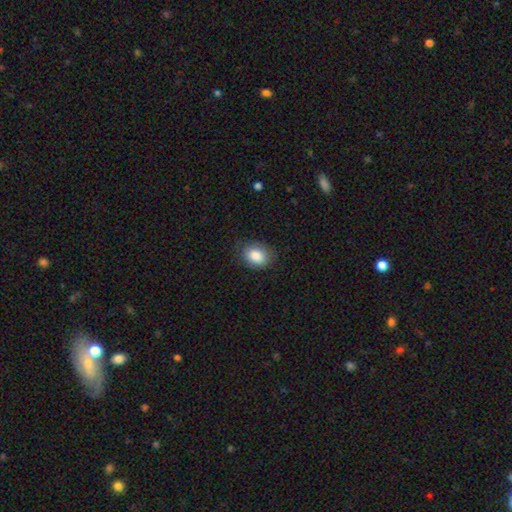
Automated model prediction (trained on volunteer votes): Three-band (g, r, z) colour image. It shows a smooth galaxy with no disk features (87%) that is in between round and cigar-shaped (69%). Merging: none (79%).